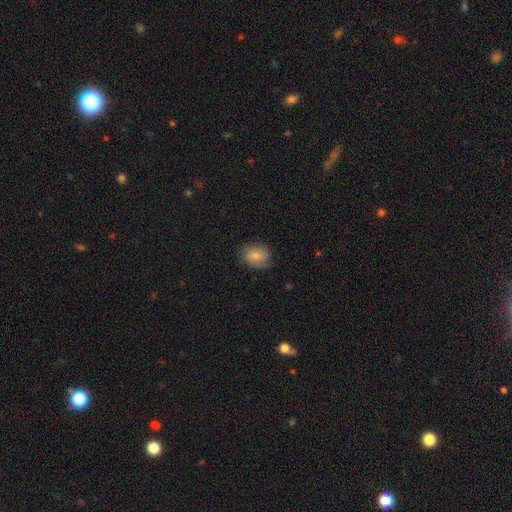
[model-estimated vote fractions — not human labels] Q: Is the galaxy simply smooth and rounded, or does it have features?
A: smooth — 71%.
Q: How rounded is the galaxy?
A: in between — 51%.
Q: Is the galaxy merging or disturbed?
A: none — 70%.